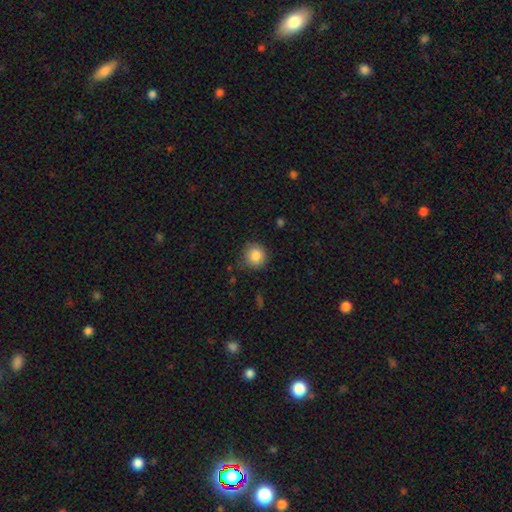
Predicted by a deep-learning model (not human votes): Q: Smooth or featured?
A: smooth (86%); runner-up: star or artifact (9%)
Q: How rounded?
A: round (92%); runner-up: in between (7%)
Q: Merging?
A: none (81%); runner-up: minor disturbance (14%)